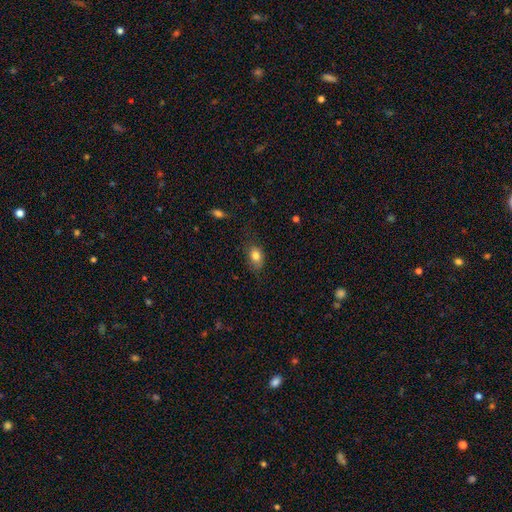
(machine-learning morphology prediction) smooth_or_featured: smooth (p=0.81) [alt: star or artifact p=0.09]
how_rounded: in between (p=0.75) [alt: round p=0.24]
merging: none (p=0.68) [alt: minor disturbance p=0.24]